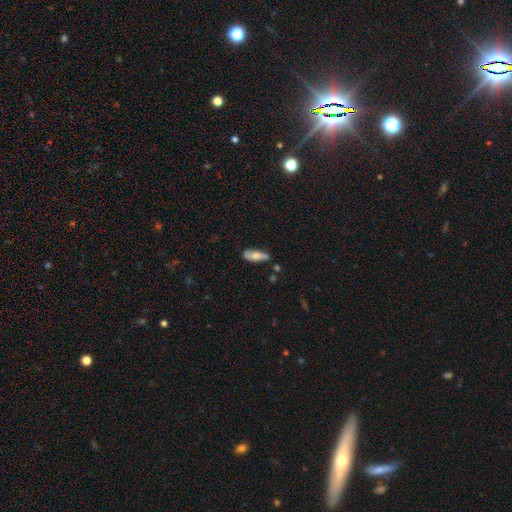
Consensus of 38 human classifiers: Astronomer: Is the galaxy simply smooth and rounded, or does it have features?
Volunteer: smooth — 74%.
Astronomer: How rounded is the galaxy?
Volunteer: in between — 82%.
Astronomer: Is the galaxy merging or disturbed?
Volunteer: minor disturbance — 44% (runner-up: none, 42%).